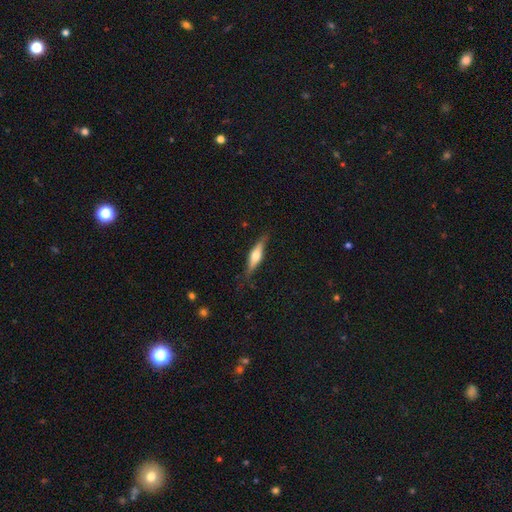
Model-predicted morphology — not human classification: This is possibly a featured or disk galaxy (55%). It is clearly viewed edge-on (94%). Edge-on bulge: clearly rounded (90%). Merging: clearly none (80%).